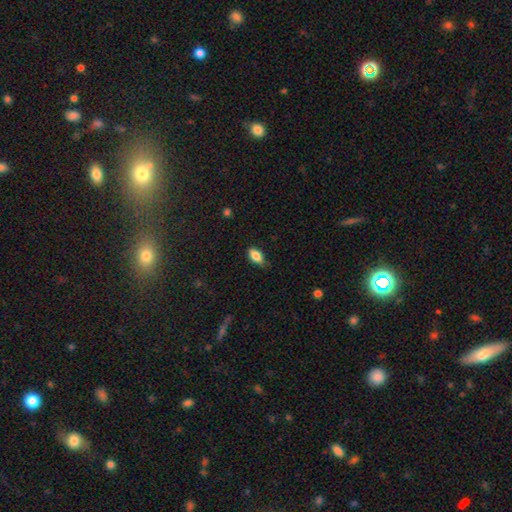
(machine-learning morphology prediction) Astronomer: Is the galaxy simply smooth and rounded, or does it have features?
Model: smooth — 85%.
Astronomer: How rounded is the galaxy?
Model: in between — 90%.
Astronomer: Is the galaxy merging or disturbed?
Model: none — 73%.